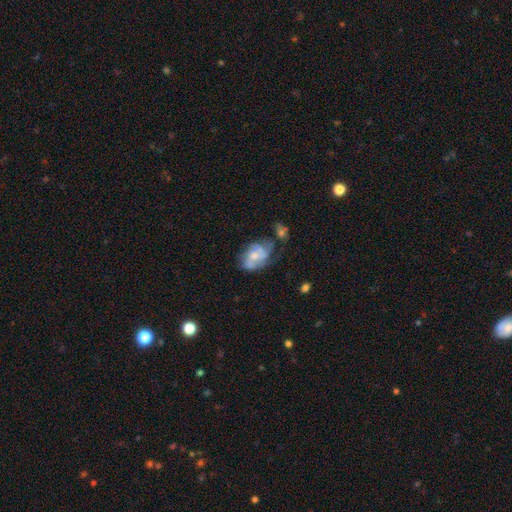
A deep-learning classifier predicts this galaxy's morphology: This is possibly a featured or disk galaxy (54%). It is clearly not viewed edge-on (97%). Bar: likely no (72%). Spiral arm pattern: possibly yes (59%). Central bulge: possibly moderate (49%). Merging: marginally none (38%).